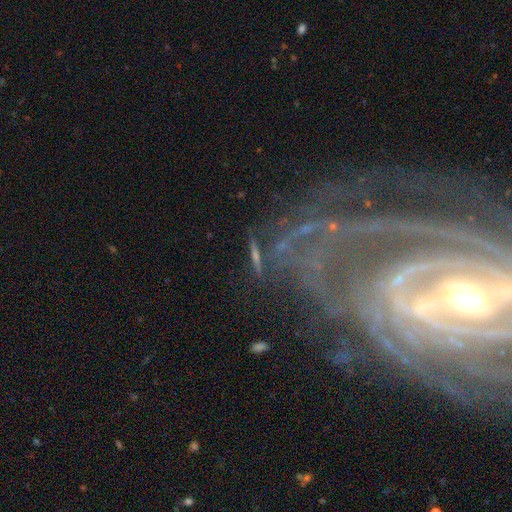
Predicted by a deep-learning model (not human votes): This is possibly a featured or disk galaxy (55%). It is likely viewed edge-on (74%). Merging: likely none (76%).